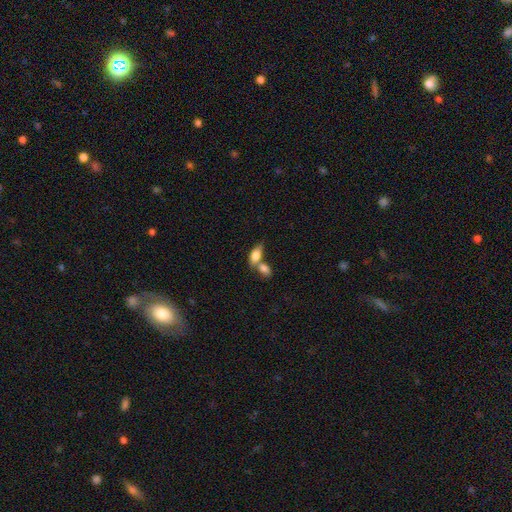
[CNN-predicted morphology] type=smooth (75%); roundness=in between (84%); merging=merger (57%).